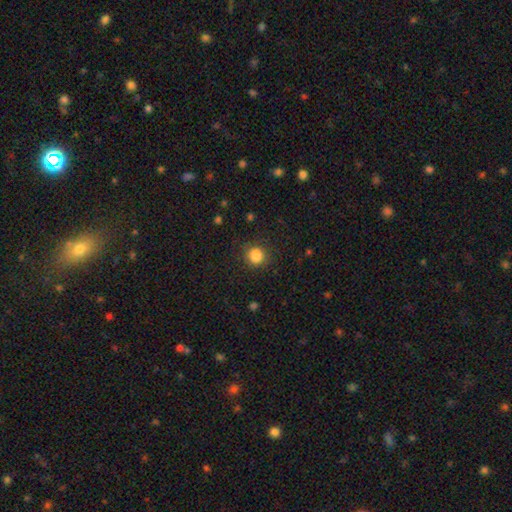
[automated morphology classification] Smooth or featured: smooth — 85% (star or artifact — 11%)
How rounded: round — 85% (in between — 14%)
Merging: none — 84% (minor disturbance — 11%)